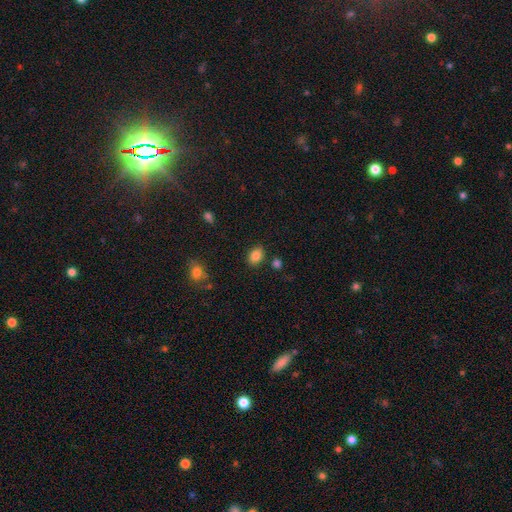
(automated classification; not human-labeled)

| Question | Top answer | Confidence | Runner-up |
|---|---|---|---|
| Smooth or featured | smooth | 86% | star or artifact (9%) |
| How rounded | in between | 75% | round (24%) |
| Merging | none | 82% | minor disturbance (11%) |